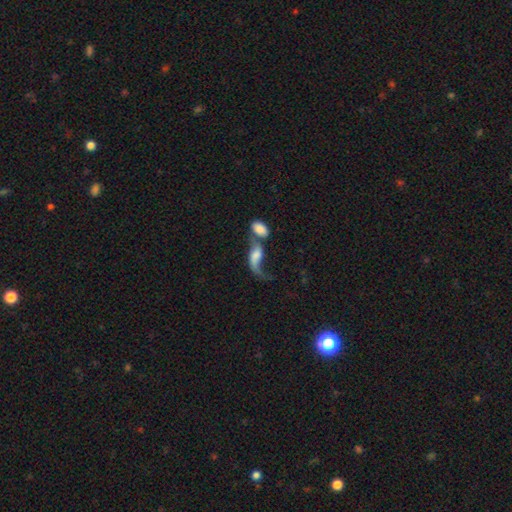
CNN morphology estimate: Smooth or featured? Predicted: featured or disk (p=0.48). Merging? Predicted: merger (p=0.59).